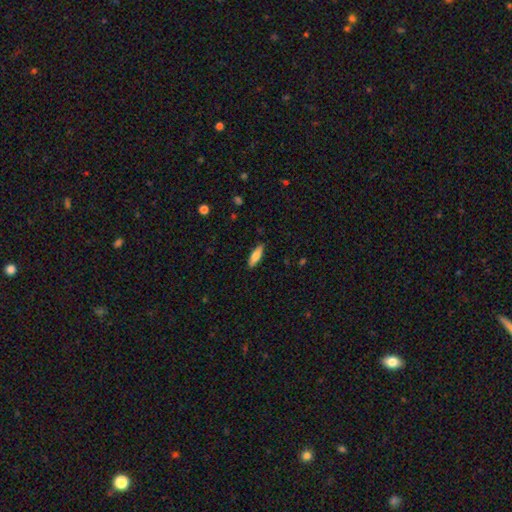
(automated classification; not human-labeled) A smooth galaxy with no disk features (74%) that is in between round and cigar-shaped (49%, tied with cigar-shaped). Merging: none (87%).